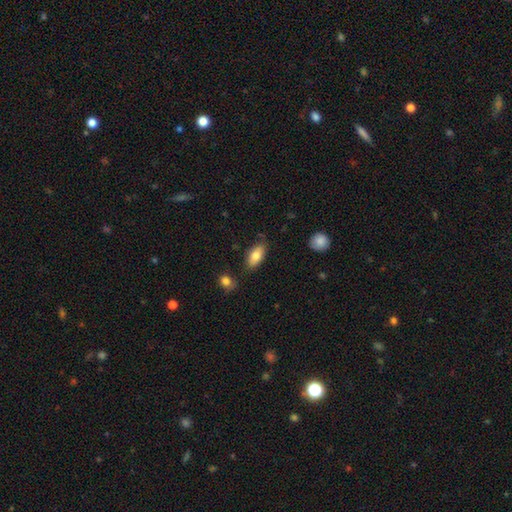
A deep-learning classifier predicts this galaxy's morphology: Smooth or featured: smooth — 80% (featured or disk — 13%)
How rounded: in between — 90% (cigar-shaped — 7%)
Merging: none — 78% (minor disturbance — 16%)